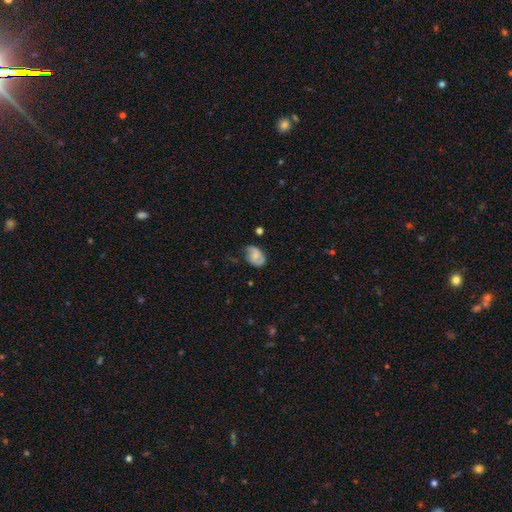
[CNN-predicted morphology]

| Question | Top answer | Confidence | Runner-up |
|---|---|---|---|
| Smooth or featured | smooth | 56% | featured or disk (36%) |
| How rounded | in between | 77% | round (21%) |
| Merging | none | 50% | minor disturbance (36%) |